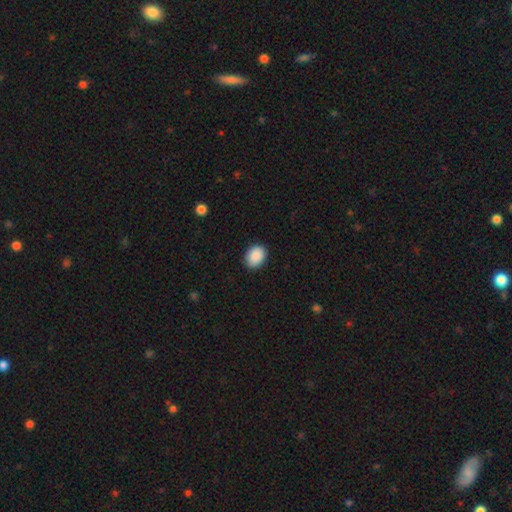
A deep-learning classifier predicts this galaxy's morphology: smooth 90%, star or artifact 7%, featured or disk 3%. Down the decision tree: how rounded — in between (63%); merging — none (89%).